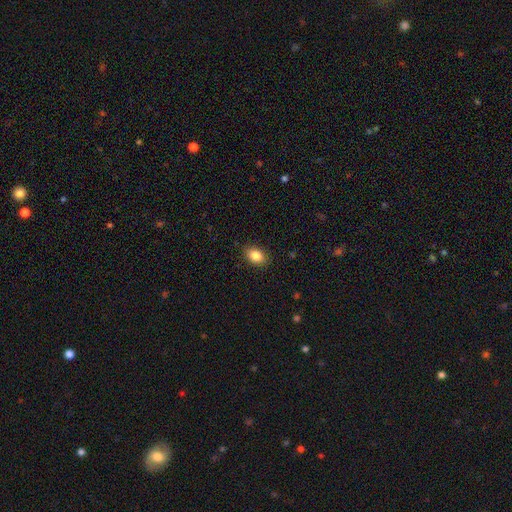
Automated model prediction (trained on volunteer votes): This is clearly a smooth galaxy (86%). How rounded: clearly in between (82%). Merging: clearly none (88%).